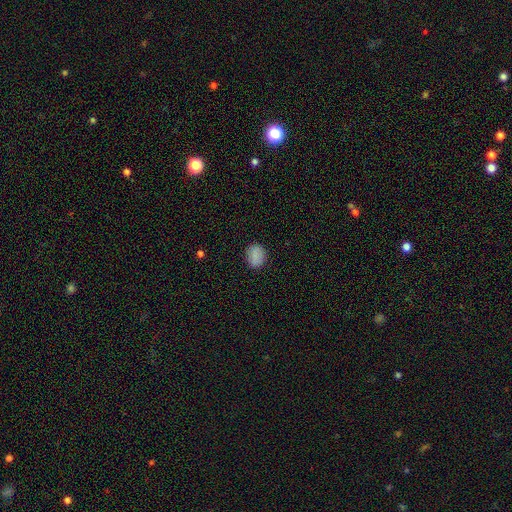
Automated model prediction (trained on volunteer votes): This appears to be a smooth galaxy with no disk features (84%) that is in between round and cigar-shaped (50%). Merging: none (86%).